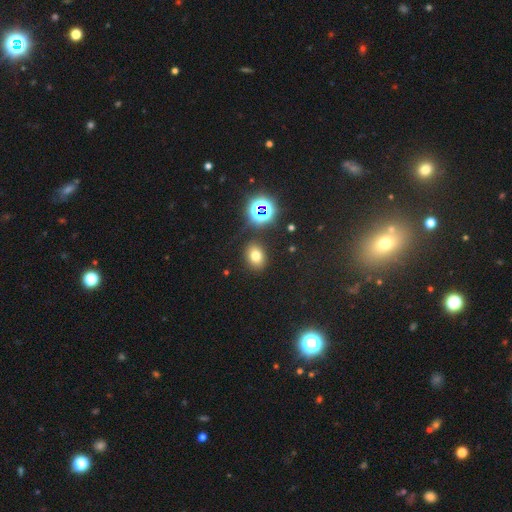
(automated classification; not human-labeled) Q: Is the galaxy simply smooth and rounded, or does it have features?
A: smooth — 71%.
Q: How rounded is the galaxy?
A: in between — 62%.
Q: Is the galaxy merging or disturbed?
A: none — 85%.